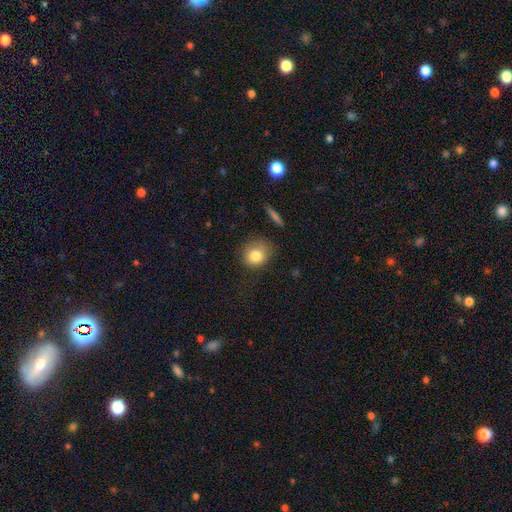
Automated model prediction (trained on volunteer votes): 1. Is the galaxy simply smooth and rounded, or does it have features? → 82% smooth, 9% star or artifact, 9% featured or disk.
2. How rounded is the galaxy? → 77% round, 22% in between, 1% cigar-shaped.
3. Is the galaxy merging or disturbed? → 72% none, 20% minor disturbance, 6% major disturbance, 3% merger.